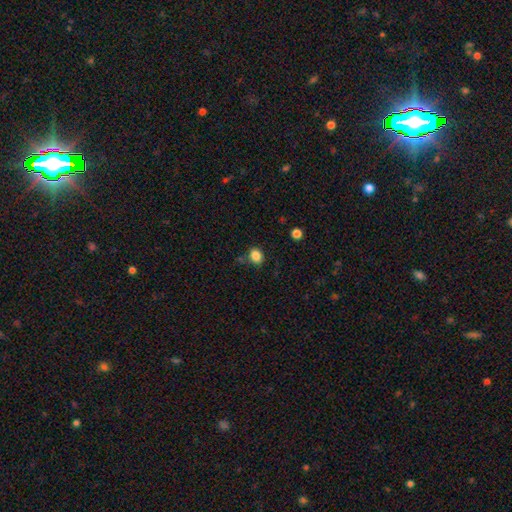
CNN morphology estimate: smooth-or-featured: smooth: 85% | star or artifact: 10% | featured or disk: 5%
  how-rounded: round: 52% | in between: 47% | cigar-shaped: 1%
  merging: none: 75% | minor disturbance: 16% | merger: 5% | major disturbance: 4%